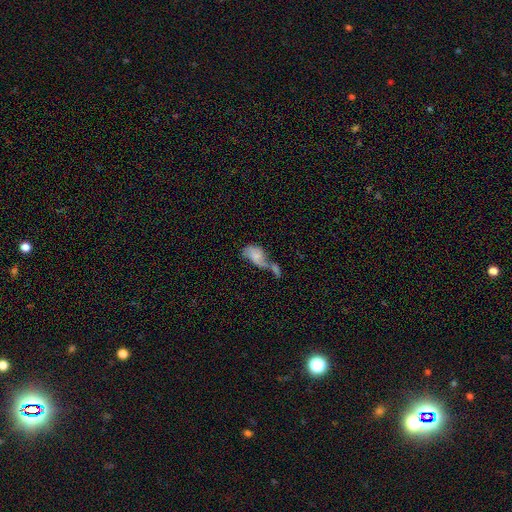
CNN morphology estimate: The model was most divided on "smooth or featured": smooth: 61%, featured or disk: 31%, star or artifact: 8%. More confident: how rounded — in between (88%); merging — merger (64%).